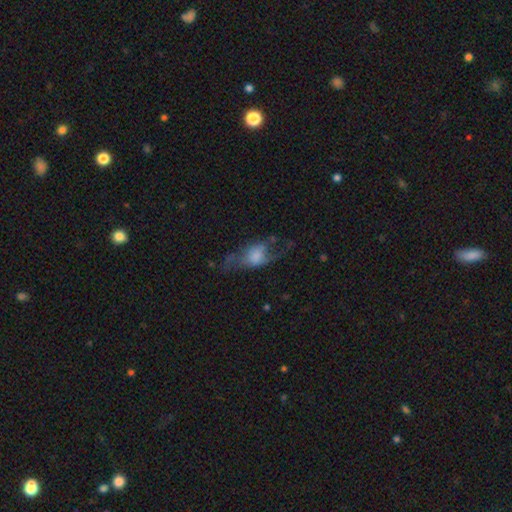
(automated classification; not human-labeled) Smooth or featured?
  - featured or disk: 50% *
  - smooth: 41%
  - star or artifact: 9%
Edge-on disk?
  - no: 80% *
  - yes: 20%
Merging?
  - major disturbance: 38% *
  - none: 35%
  - minor disturbance: 23%
  - merger: 3%